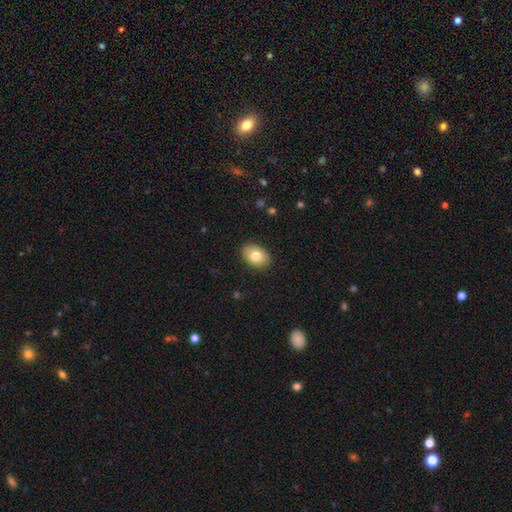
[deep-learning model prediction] The model was most divided on "smooth or featured": smooth: 80%, featured or disk: 13%, star or artifact: 7%. More confident: merging — none (89%); how rounded — in between (84%).